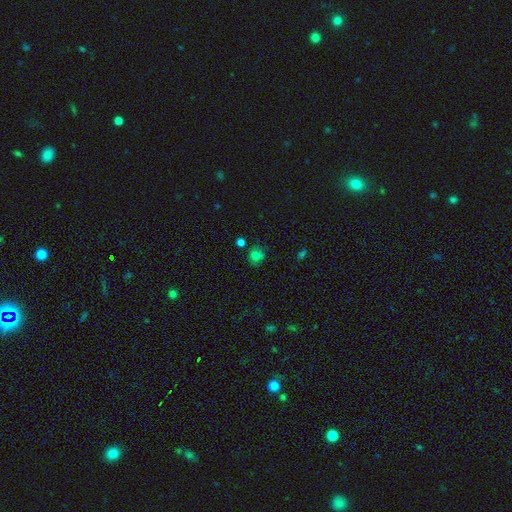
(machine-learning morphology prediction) smooth-or-featured: smooth: 77% | star or artifact: 16% | featured or disk: 7%
  how-rounded: round: 85% | in between: 14% | cigar-shaped: 1%
  merging: none: 79% | minor disturbance: 13% | merger: 5% | major disturbance: 3%